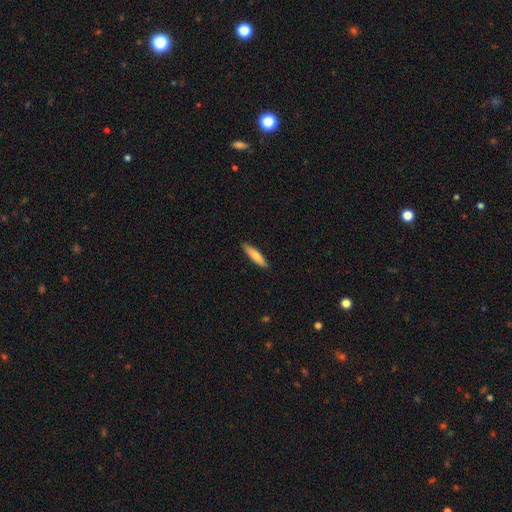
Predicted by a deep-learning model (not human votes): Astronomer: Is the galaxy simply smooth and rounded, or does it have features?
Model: smooth — 76%.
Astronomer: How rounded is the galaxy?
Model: cigar-shaped — 81%.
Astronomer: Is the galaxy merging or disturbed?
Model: none — 89%.